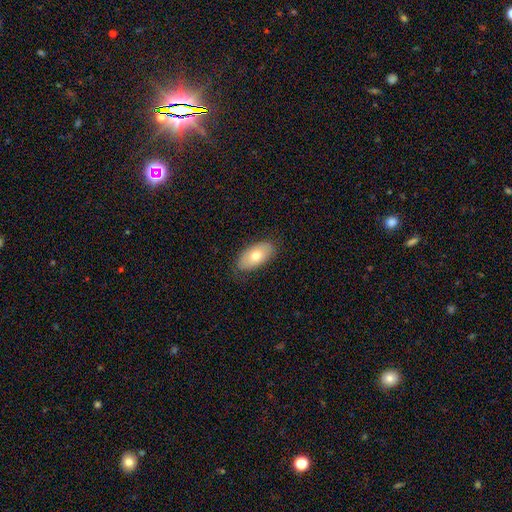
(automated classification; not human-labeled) smooth_or_featured: smooth (p=0.71) [alt: featured or disk p=0.22]
how_rounded: in between (p=0.93) [alt: round p=0.03]
merging: none (p=0.82) [alt: minor disturbance p=0.14]